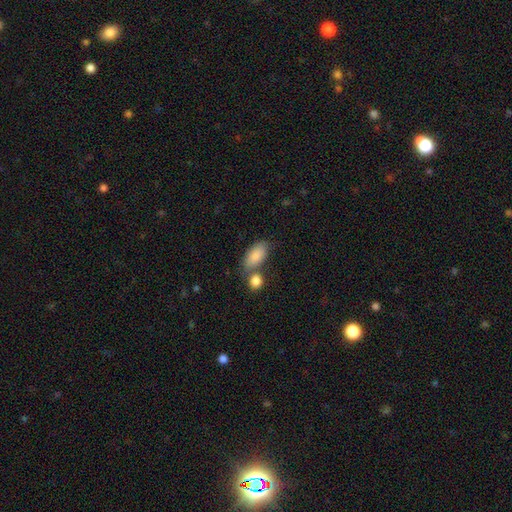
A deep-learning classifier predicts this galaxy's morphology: Q: Smooth or featured?
A: smooth (86%); runner-up: featured or disk (7%)
Q: How rounded?
A: in between (90%); runner-up: cigar-shaped (5%)
Q: Merging?
A: none (52%); runner-up: merger (27%)